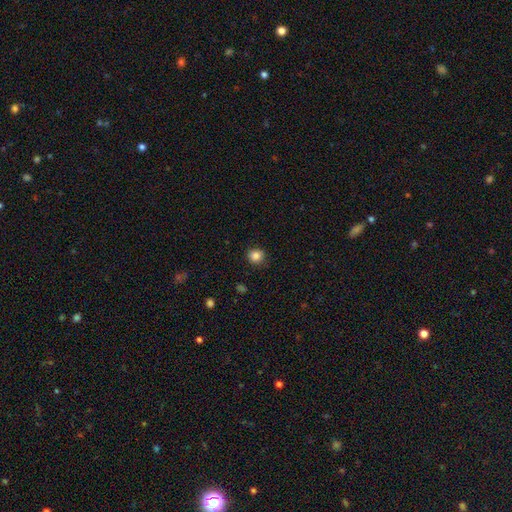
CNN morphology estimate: Overall: smooth (85%). How rounded: round (85%). Merging: none (87%).